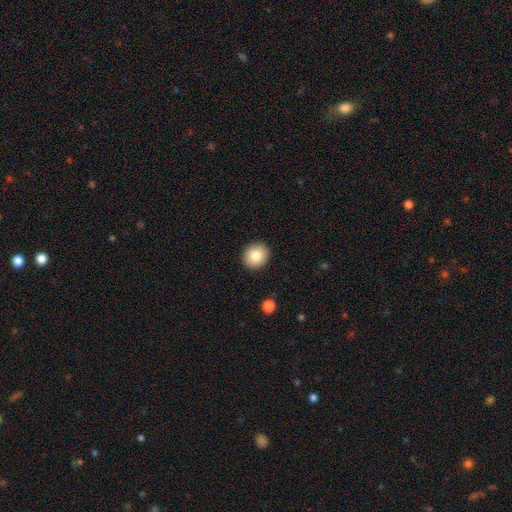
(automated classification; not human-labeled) A smooth galaxy with no disk features (82%) that is round (81%).

Vote fractions:
- Smooth or featured? smooth: 82% / featured or disk: 9% / star or artifact: 9%
- How rounded? round: 81% / in between: 18% / cigar-shaped: 1%
- Merging? none: 92% / minor disturbance: 6% / major disturbance: 2% / merger: 1%